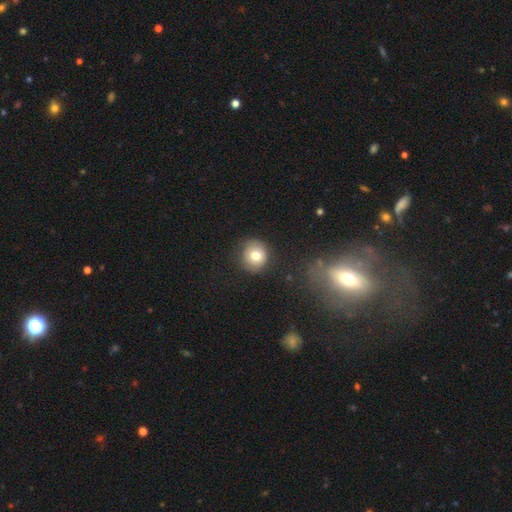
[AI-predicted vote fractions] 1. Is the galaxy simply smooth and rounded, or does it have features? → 75% smooth, 14% featured or disk, 10% star or artifact.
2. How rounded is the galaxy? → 90% round, 9% in between, 1% cigar-shaped.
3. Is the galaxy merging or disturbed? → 85% none, 11% minor disturbance, 3% major disturbance, 2% merger.